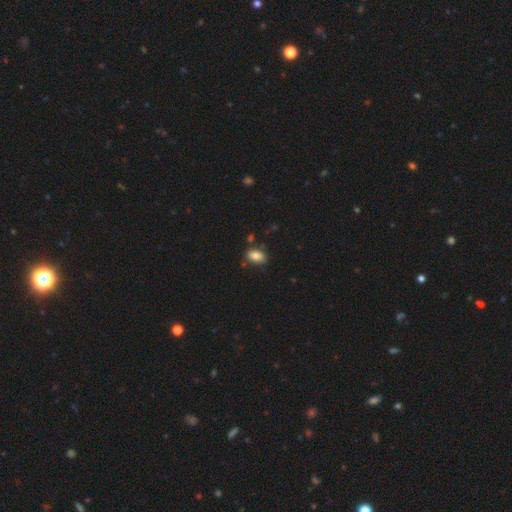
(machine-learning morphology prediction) smooth-or-featured: smooth: 83% | star or artifact: 9% | featured or disk: 8%
  how-rounded: in between: 89% | round: 9% | cigar-shaped: 2%
  merging: none: 78% | minor disturbance: 15% | merger: 5% | major disturbance: 3%